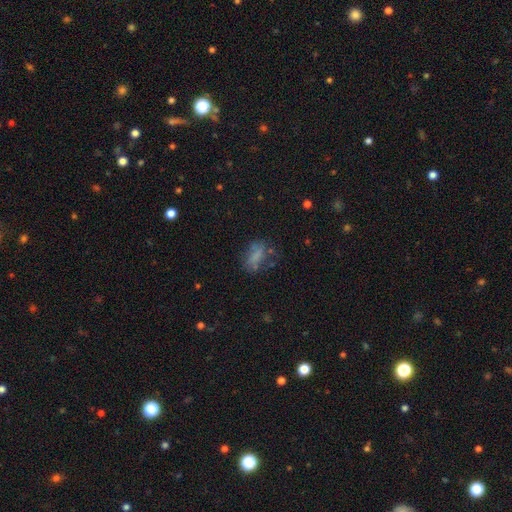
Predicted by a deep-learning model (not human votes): A smooth galaxy with no disk features (66%) that is in between round and cigar-shaped (82%).

Vote fractions:
- Smooth or featured? smooth: 66% / featured or disk: 20% / star or artifact: 13%
- How rounded? in between: 82% / cigar-shaped: 10% / round: 9%
- Merging? none: 53% / minor disturbance: 24% / major disturbance: 18% / merger: 6%